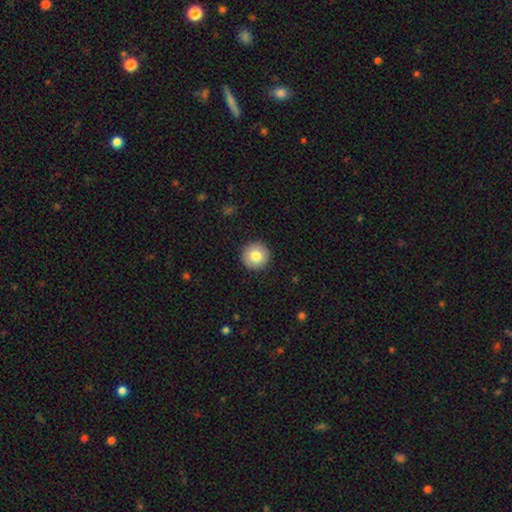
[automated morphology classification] This appears to be a smooth galaxy with no disk features (81%) that is round (96%). Merging: none (93%).